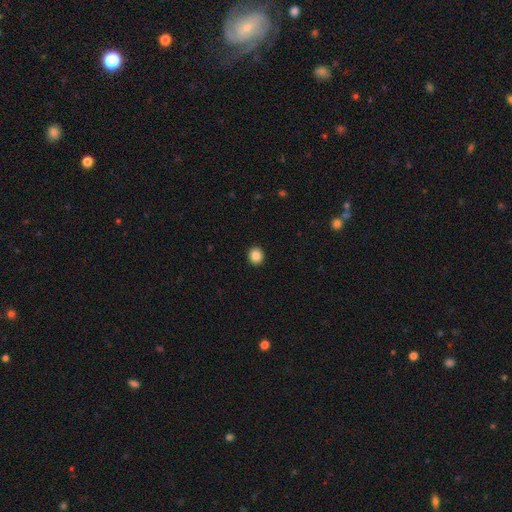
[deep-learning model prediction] A smooth galaxy with no disk features (87%) that is round (85%).

Vote fractions:
- Smooth or featured? smooth: 87% / star or artifact: 9% / featured or disk: 4%
- How rounded? round: 85% / in between: 14% / cigar-shaped: 1%
- Merging? none: 93% / minor disturbance: 4% / major disturbance: 1% / merger: 1%